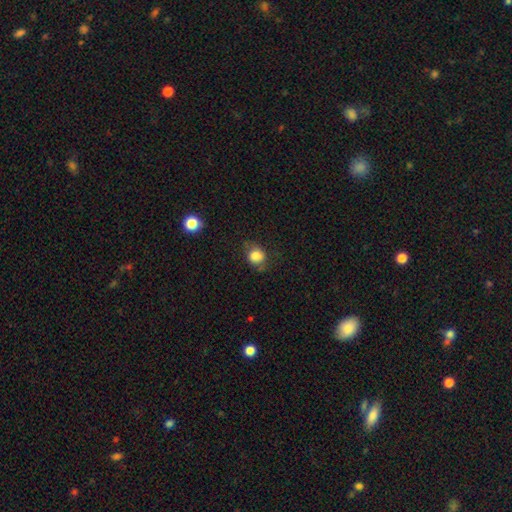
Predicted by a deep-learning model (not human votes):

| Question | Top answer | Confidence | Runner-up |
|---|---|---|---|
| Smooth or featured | smooth | 81% | star or artifact (10%) |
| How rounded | round | 62% | in between (37%) |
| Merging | none | 64% | minor disturbance (24%) |